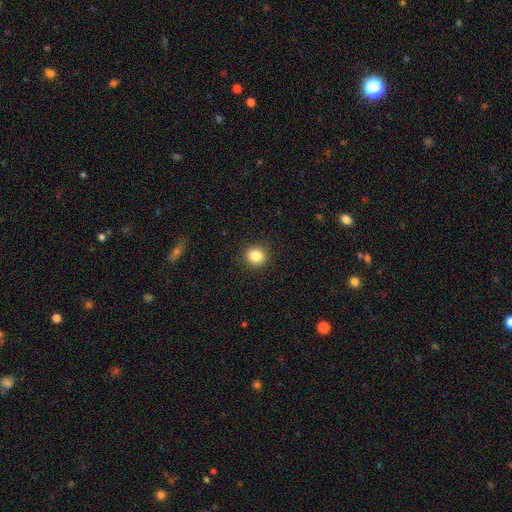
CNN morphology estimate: smooth-or-featured: smooth: 85% | star or artifact: 10% | featured or disk: 5%
  how-rounded: round: 89% | in between: 11% | cigar-shaped: 1%
  merging: none: 91% | minor disturbance: 6% | major disturbance: 2% | merger: 1%